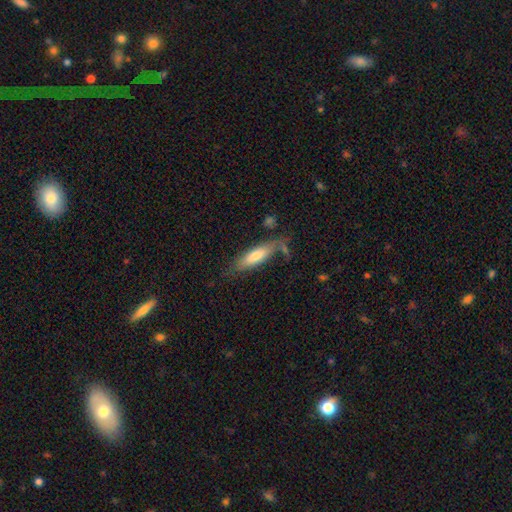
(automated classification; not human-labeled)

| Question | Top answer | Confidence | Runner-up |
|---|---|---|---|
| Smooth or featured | smooth | 67% | featured or disk (27%) |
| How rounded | cigar-shaped | 66% | in between (32%) |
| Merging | none | 65% | minor disturbance (21%) |